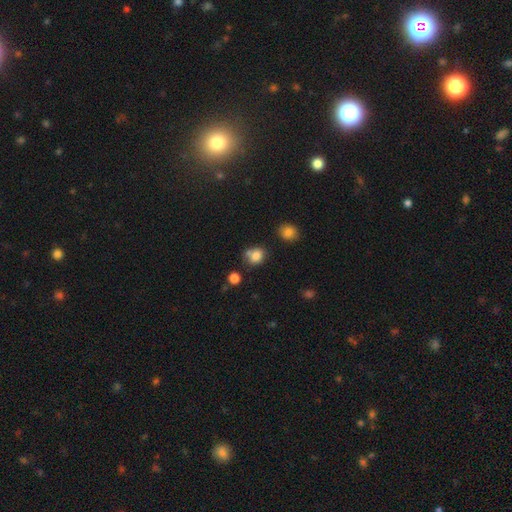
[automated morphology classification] smooth_or_featured: smooth (p=0.80) [alt: star or artifact p=0.12]
how_rounded: round (p=0.62) [alt: in between p=0.37]
merging: none (p=0.58) [alt: merger p=0.20]